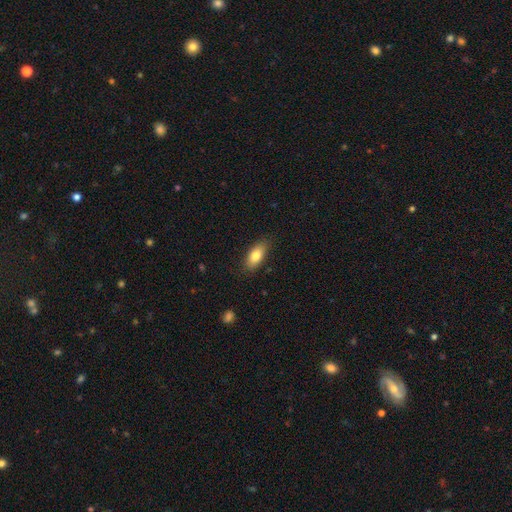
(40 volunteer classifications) Q: Smooth or featured?
A: smooth (85%); runner-up: featured or disk (10%)
Q: How rounded?
A: in between (88%); runner-up: round (6%)
Q: Merging?
A: none (74%); runner-up: minor disturbance (24%)